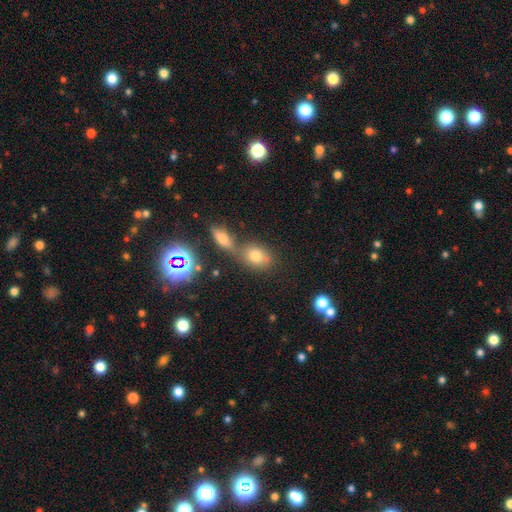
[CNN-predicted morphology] smooth_or_featured: smooth (p=0.65) [alt: star or artifact p=0.22]
how_rounded: in between (p=0.63) [alt: round p=0.34]
merging: none (p=0.54) [alt: merger p=0.30]